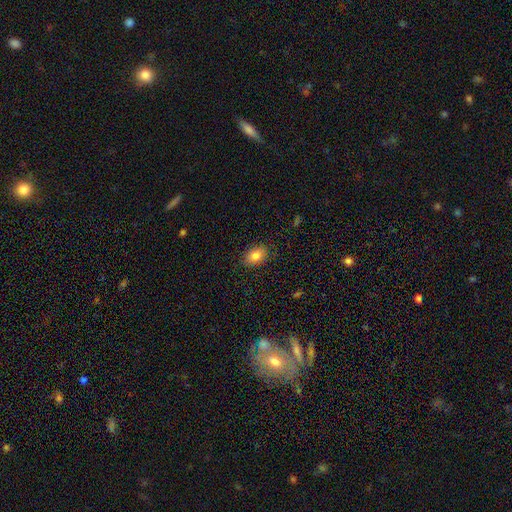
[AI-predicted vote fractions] Smooth or featured: smooth — 83% (star or artifact — 9%)
How rounded: in between — 78% (round — 21%)
Merging: none — 86% (minor disturbance — 11%)